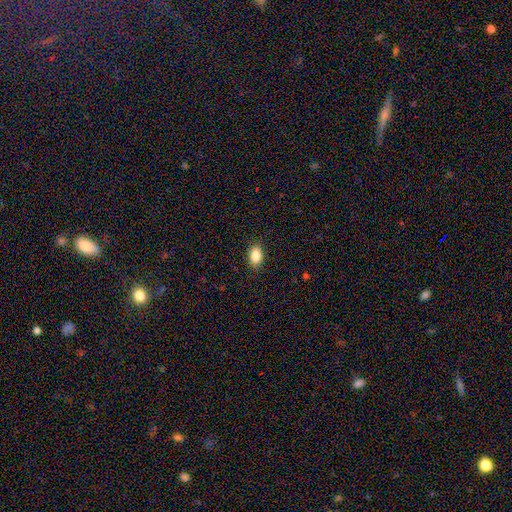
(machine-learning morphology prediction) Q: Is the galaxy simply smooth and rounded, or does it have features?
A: smooth — 86%.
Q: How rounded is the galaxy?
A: in between — 85%.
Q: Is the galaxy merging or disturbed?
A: none — 88%.